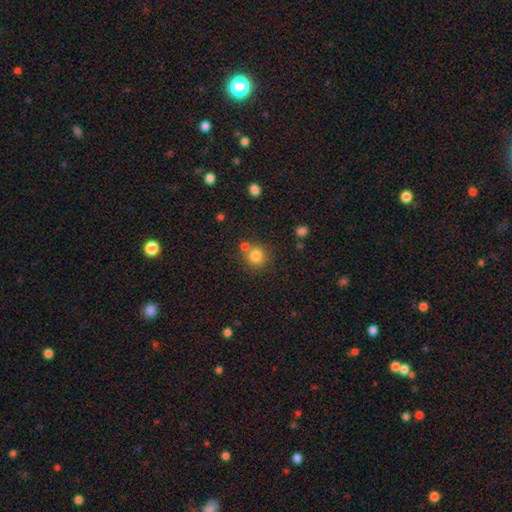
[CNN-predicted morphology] type=smooth (82%); roundness=round (91%); merging=none (67%).